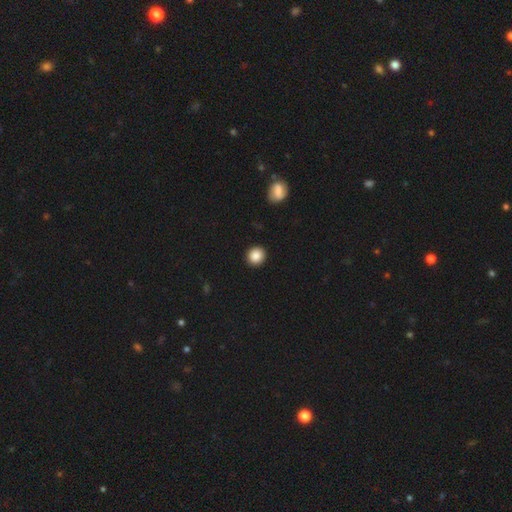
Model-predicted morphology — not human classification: Q: Smooth or featured?
A: smooth (88%); runner-up: star or artifact (9%)
Q: How rounded?
A: round (89%); runner-up: in between (10%)
Q: Merging?
A: none (92%); runner-up: minor disturbance (5%)